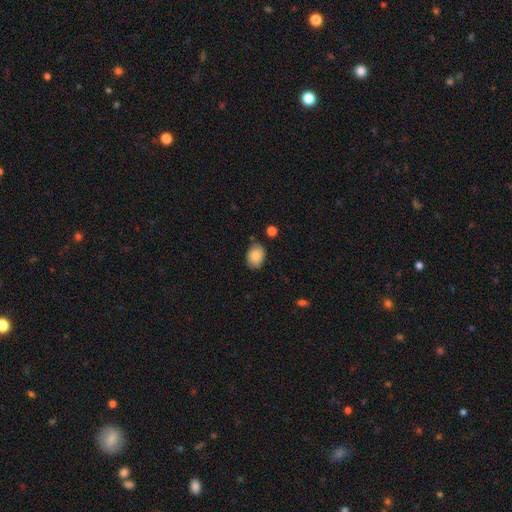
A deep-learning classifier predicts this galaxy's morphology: type=smooth (87%); roundness=in between (77%); merging=none (80%).